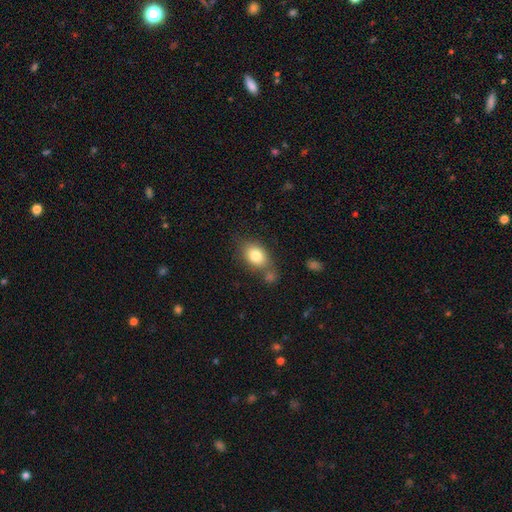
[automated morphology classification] Smooth or featured?
  - smooth: 81% *
  - featured or disk: 11%
  - star or artifact: 8%
How rounded?
  - in between: 73% *
  - round: 25%
  - cigar-shaped: 2%
Merging?
  - none: 58% *
  - merger: 18%
  - minor disturbance: 18%
  - major disturbance: 6%